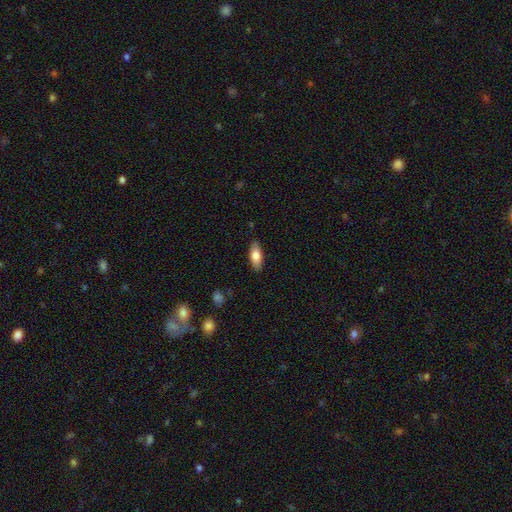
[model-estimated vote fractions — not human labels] This appears to be a smooth galaxy with no disk features (78%) that is in between round and cigar-shaped (78%). Merging: none (87%).